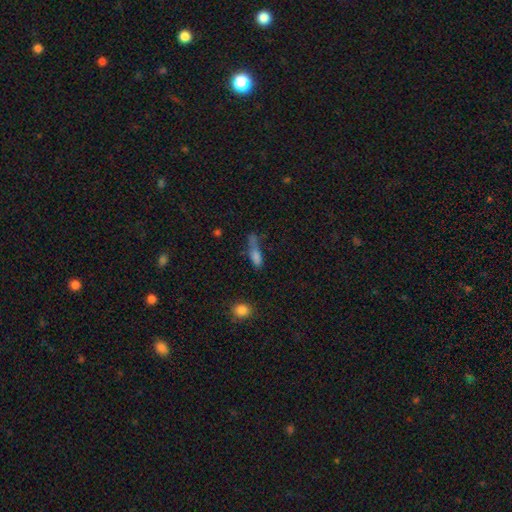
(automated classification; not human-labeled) Overall: smooth (64%). How rounded: cigar-shaped (55%; in between 40%). Merging: none (40%; minor disturbance 23%).